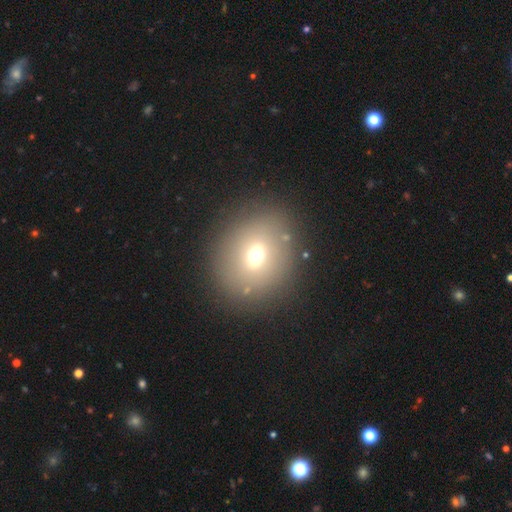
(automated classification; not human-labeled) Smooth or featured: smooth — 65% (featured or disk — 18%)
How rounded: round — 70% (in between — 29%)
Merging: none — 86% (minor disturbance — 8%)